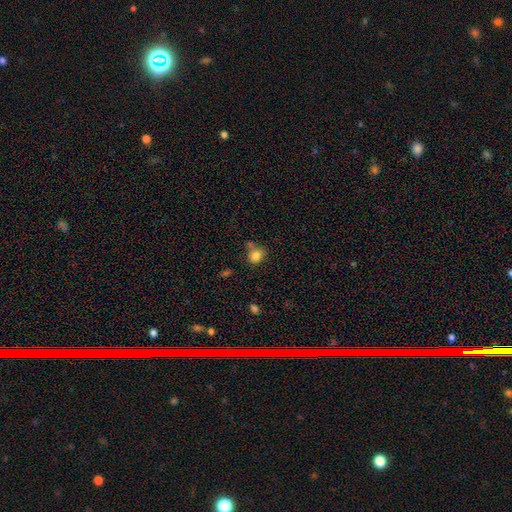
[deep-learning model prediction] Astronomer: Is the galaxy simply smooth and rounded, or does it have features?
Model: smooth — 83%.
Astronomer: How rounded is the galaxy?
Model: round — 55% (runner-up: in between, 44%).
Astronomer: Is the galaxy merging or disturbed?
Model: none — 61%.